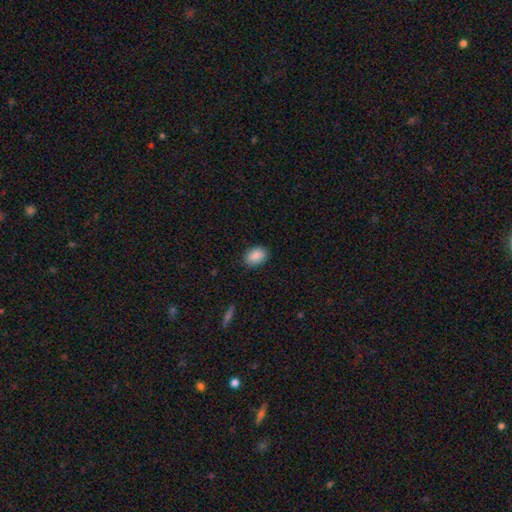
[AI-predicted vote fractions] smooth-or-featured: smooth: 89% | star or artifact: 7% | featured or disk: 4%
  how-rounded: in between: 79% | round: 20% | cigar-shaped: 1%
  merging: none: 86% | minor disturbance: 10% | major disturbance: 2% | merger: 1%